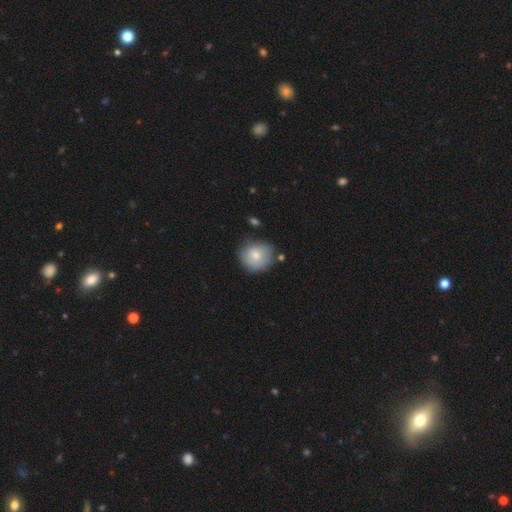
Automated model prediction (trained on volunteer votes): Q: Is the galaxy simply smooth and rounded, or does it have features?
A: smooth — 75%.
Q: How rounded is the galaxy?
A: round — 86%.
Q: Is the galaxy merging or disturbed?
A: none — 71%.